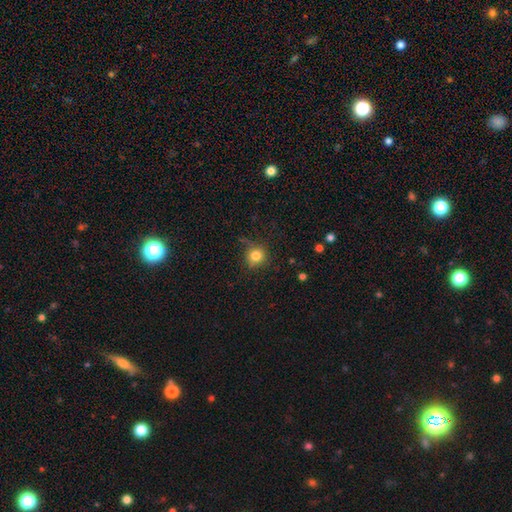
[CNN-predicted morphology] Smooth or featured? smooth (81%)
How rounded? round (90%)
Merging? none (74%)